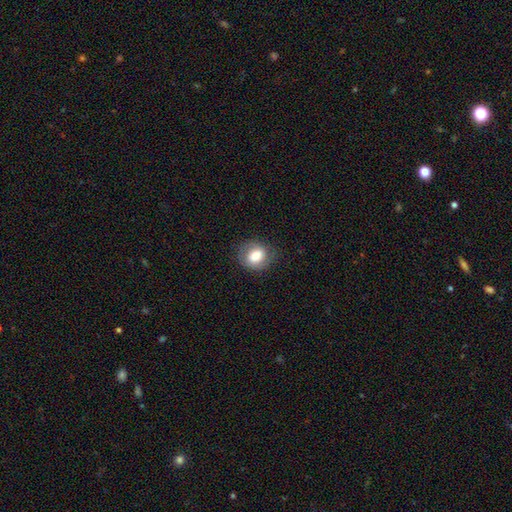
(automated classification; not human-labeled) This appears to be a smooth galaxy with no disk features (75%) that is round (61%). Merging: none (79%).